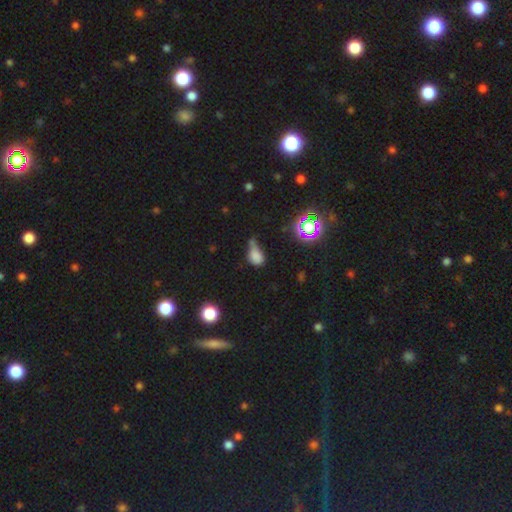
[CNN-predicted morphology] Q: Smooth or featured?
A: smooth (71%); runner-up: star or artifact (20%)
Q: How rounded?
A: in between (71%); runner-up: round (26%)
Q: Merging?
A: minor disturbance (34%); runner-up: none (32%)